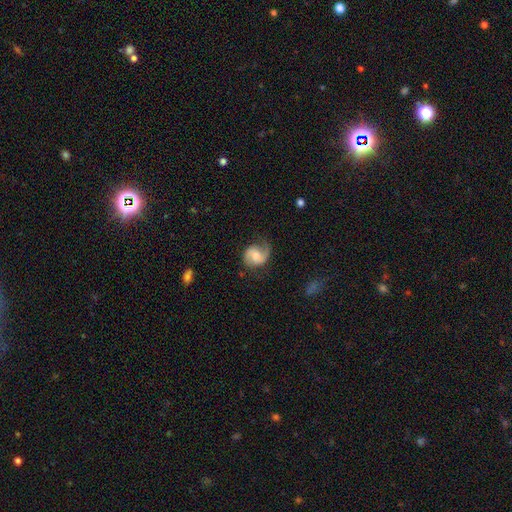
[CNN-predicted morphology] smooth-or-featured: featured or disk: 69% | smooth: 24% | star or artifact: 7%
  disk-edge-on: no: 98% | yes: 2%
    bar: no: 47% | weak: 42% | strong: 10%
    has-spiral-arms: yes: 93% | no: 7%
      spiral-winding: medium: 45% | loose: 35% | tight: 20%
      spiral-arm-count: 2: 68% | 1: 25% | can't tell: 5% | 3: 1% | 4: 1% | more than 4: 1%
    bulge-size: moderate: 54% | small: 28% | large: 10% | none: 6% | dominant: 2%
  merging: none: 62% | minor disturbance: 23% | major disturbance: 14% | merger: 2%